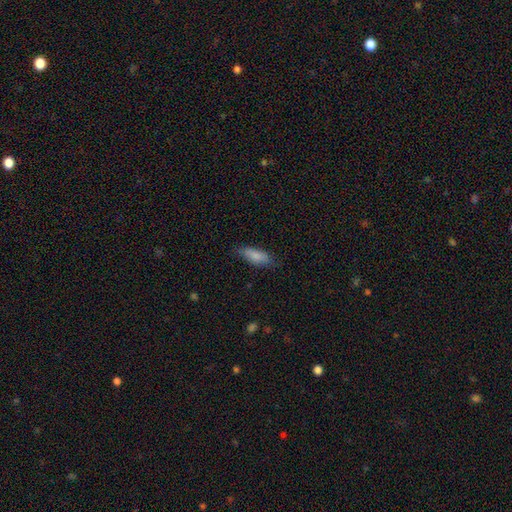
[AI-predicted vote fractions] Smooth or featured? smooth (84%)
How rounded? in between (70%)
Merging? none (74%)